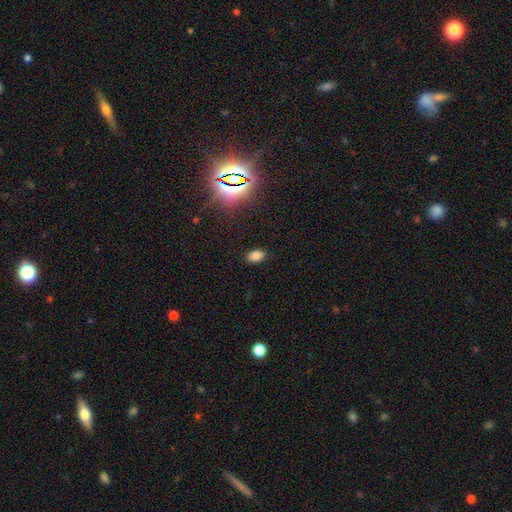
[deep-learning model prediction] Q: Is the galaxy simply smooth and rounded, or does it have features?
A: smooth — 80%.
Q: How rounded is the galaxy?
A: in between — 88%.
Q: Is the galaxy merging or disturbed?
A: none — 87%.